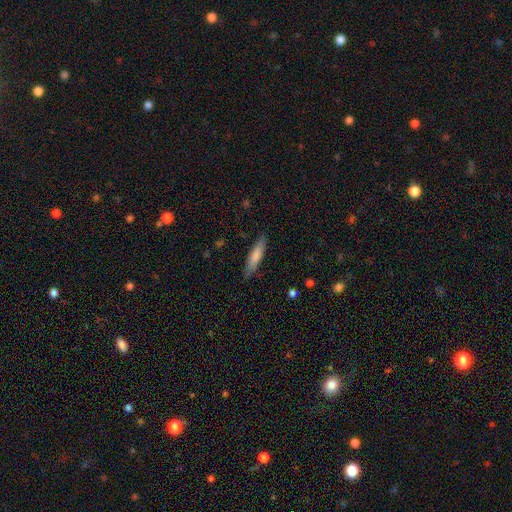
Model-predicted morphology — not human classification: Smooth or featured?
  - smooth: 75% *
  - featured or disk: 19%
  - star or artifact: 6%
How rounded?
  - cigar-shaped: 79% *
  - in between: 20%
  - round: 1%
Merging?
  - none: 85% *
  - minor disturbance: 12%
  - major disturbance: 2%
  - merger: 1%